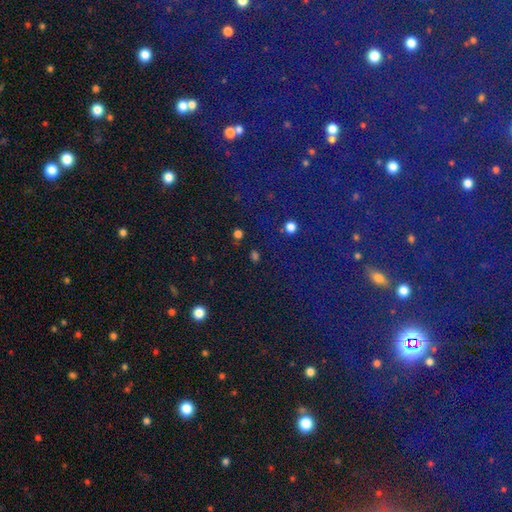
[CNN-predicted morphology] Smooth or featured: star or artifact — 63% (smooth — 27%)